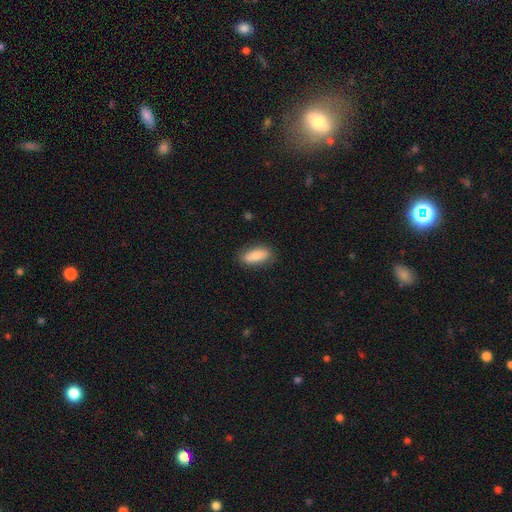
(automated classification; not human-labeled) smooth 82%, featured or disk 12%, star or artifact 6%. Down the decision tree: how rounded — in between (81%); merging — none (84%).